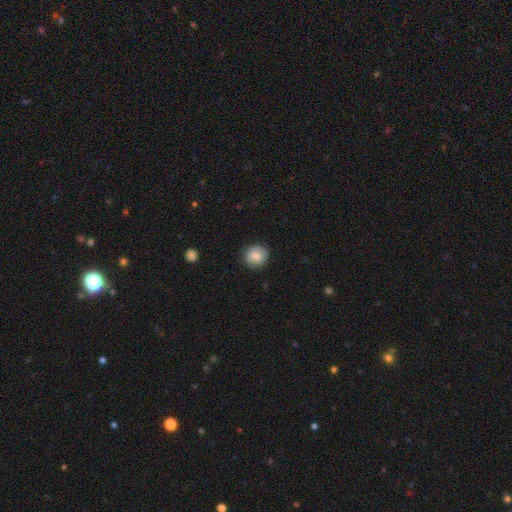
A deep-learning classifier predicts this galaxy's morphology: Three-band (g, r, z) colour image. It shows a smooth galaxy with no disk features (78%) that is round (87%). Merging: none (83%).